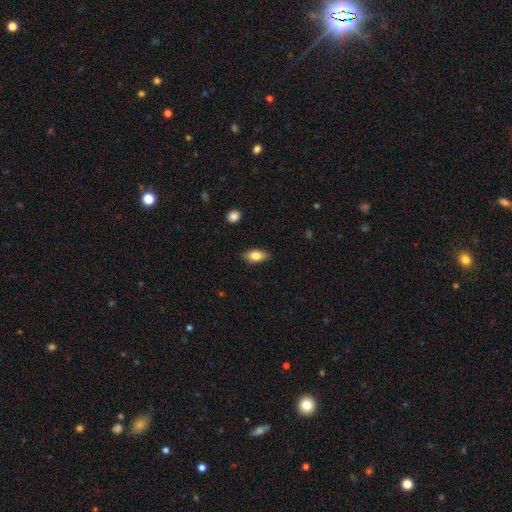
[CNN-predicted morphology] A smooth galaxy with no disk features (81%) that is in between round and cigar-shaped (88%).

Vote fractions:
- Smooth or featured? smooth: 81% / featured or disk: 12% / star or artifact: 7%
- How rounded? in between: 88% / cigar-shaped: 7% / round: 5%
- Merging? none: 86% / minor disturbance: 10% / major disturbance: 2% / merger: 1%